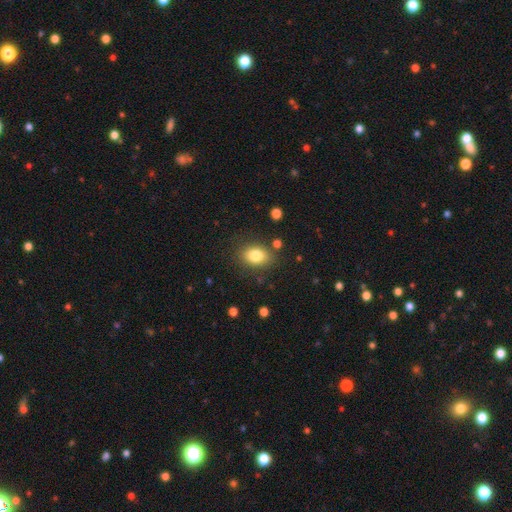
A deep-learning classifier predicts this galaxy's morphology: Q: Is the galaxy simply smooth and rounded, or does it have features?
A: smooth — 80%.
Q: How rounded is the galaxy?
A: in between — 74%.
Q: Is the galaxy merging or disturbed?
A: none — 81%.